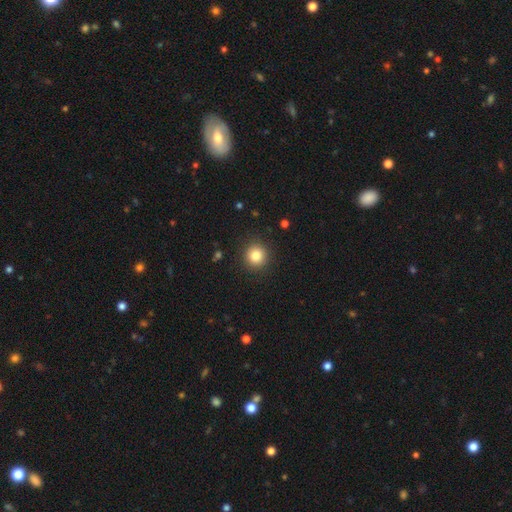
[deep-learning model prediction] Smooth or featured?
  - smooth: 83% *
  - star or artifact: 11%
  - featured or disk: 6%
How rounded?
  - round: 94% *
  - in between: 6%
  - cigar-shaped: 1%
Merging?
  - none: 91% *
  - minor disturbance: 6%
  - major disturbance: 2%
  - merger: 1%